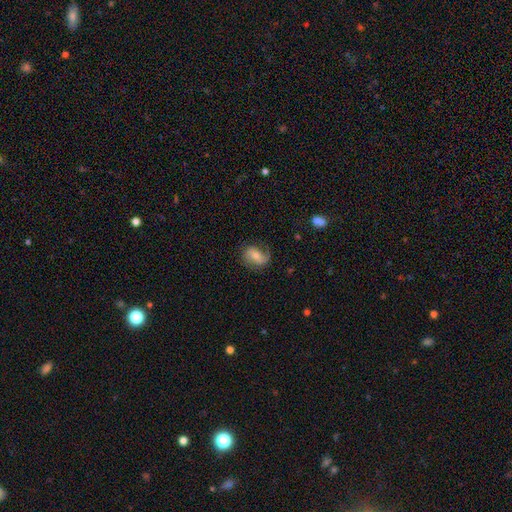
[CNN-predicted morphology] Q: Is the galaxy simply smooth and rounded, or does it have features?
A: featured or disk — 58%.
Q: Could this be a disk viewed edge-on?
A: no — 96%.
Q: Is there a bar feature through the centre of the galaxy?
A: weak — 39%.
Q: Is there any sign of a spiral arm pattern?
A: yes — 86%.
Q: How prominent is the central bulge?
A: moderate — 56%.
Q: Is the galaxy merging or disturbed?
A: none — 68%.